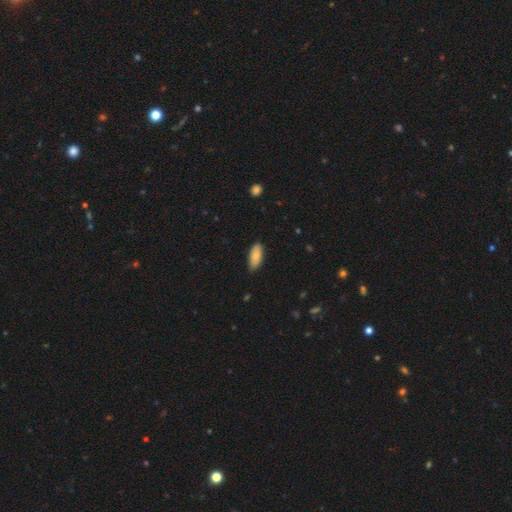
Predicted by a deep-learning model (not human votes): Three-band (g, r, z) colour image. It shows a smooth galaxy with no disk features (81%) that is in between round and cigar-shaped (84%). Merging: none (82%).